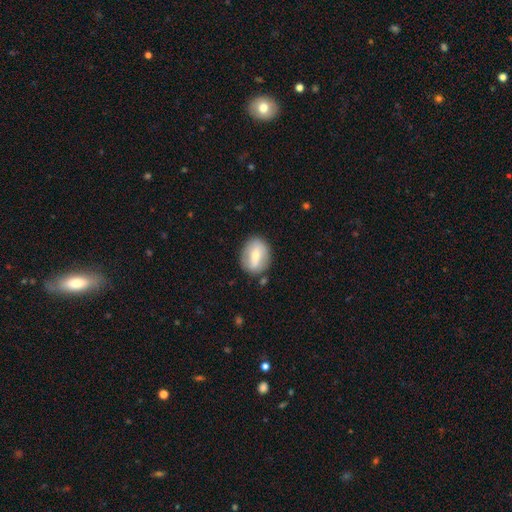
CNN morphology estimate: The model was most divided on "how rounded": in between: 55%, round: 42%, cigar-shaped: 2%. More confident: merging — none (79%); smooth or featured — smooth (54%).